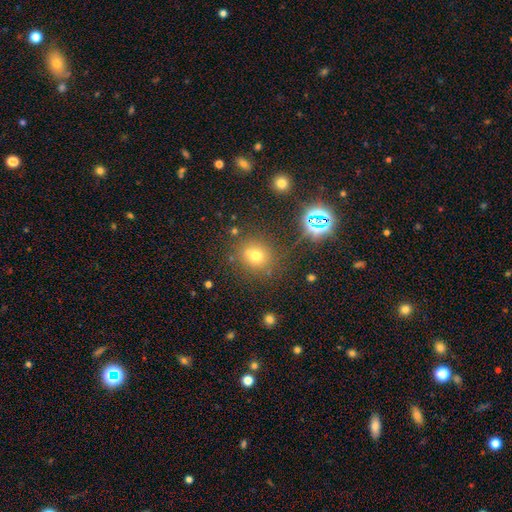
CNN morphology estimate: The model was most divided on "smooth or featured": smooth: 65%, star or artifact: 24%, featured or disk: 11%. More confident: how rounded — round (84%); merging — none (76%).